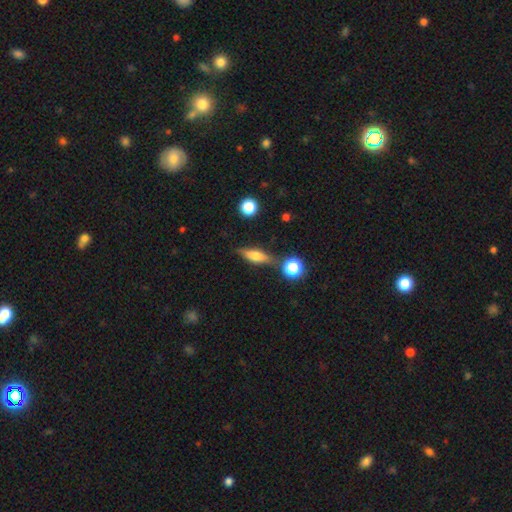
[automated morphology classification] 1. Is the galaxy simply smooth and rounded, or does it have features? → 56% smooth, 35% featured or disk, 10% star or artifact.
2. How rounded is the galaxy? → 49% cigar-shaped, 45% in between, 6% round.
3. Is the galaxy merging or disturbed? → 74% none, 15% minor disturbance, 7% merger, 4% major disturbance.